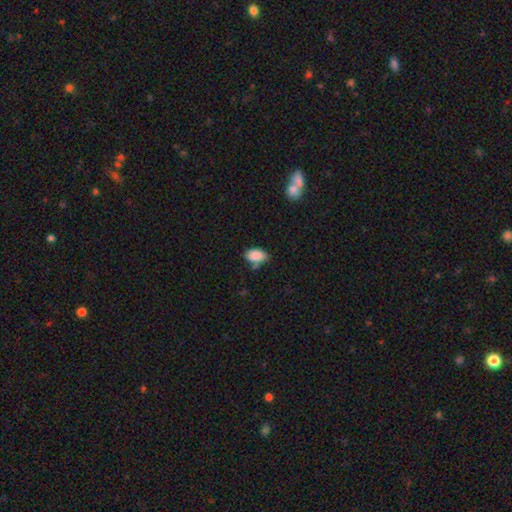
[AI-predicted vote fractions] A smooth galaxy with no disk features (87%) that is in between round and cigar-shaped (91%). Merging: none (58%).